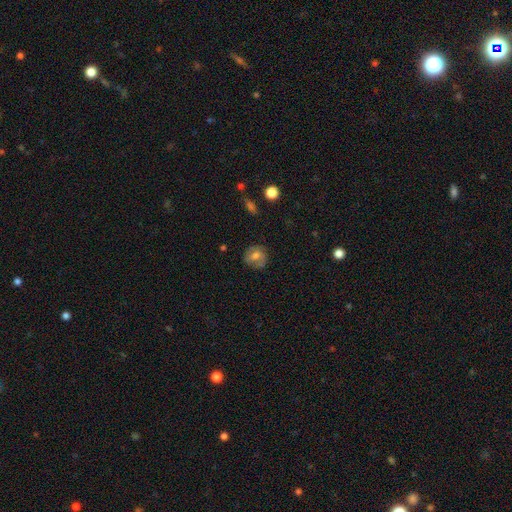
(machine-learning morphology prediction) The model was most divided on "smooth or featured": featured or disk: 50%, smooth: 41%, star or artifact: 9%. More confident: edge-on disk — no (96%); merging — none (74%).